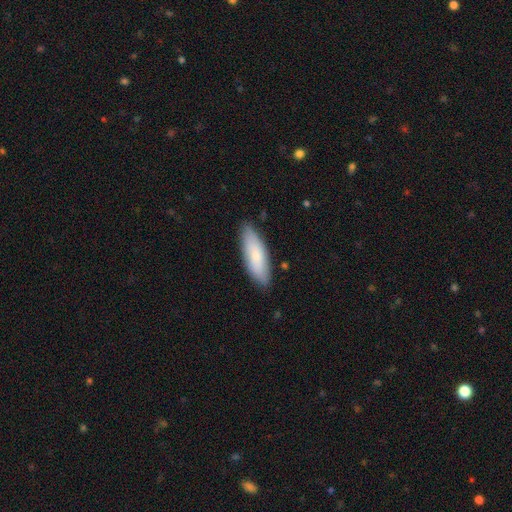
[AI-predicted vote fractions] A smooth galaxy with no disk features (79%) that is in between round and cigar-shaped (56%).

Vote fractions:
- Smooth or featured? smooth: 79% / featured or disk: 15% / star or artifact: 5%
- How rounded? in between: 56% / cigar-shaped: 42% / round: 2%
- Merging? none: 85% / minor disturbance: 12% / major disturbance: 2% / merger: 1%